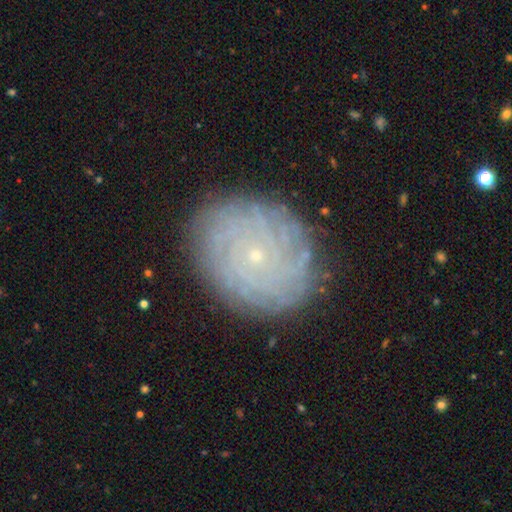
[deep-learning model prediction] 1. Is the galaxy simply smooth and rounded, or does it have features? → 73% featured or disk, 17% smooth, 11% star or artifact.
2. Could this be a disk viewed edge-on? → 97% no, 3% yes.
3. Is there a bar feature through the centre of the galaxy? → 85% no, 12% weak, 3% strong.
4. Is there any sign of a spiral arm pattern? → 92% yes, 8% no.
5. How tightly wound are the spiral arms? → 85% tight, 11% medium, 4% loose.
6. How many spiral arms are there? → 34% can't tell, 28% more than 4, 14% 4, 8% 3, 8% 2, 7% 1.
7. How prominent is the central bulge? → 88% small, 9% moderate, 1% none, 1% large, 1% dominant.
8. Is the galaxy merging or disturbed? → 86% none, 10% minor disturbance, 3% major disturbance, 1% merger.